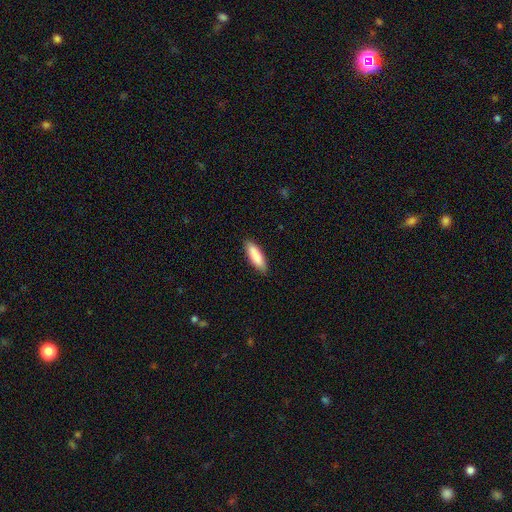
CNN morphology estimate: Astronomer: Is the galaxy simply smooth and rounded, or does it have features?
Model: smooth — 89%.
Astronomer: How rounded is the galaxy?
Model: cigar-shaped — 52% (runner-up: in between, 47%).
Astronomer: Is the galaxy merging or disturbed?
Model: none — 88%.